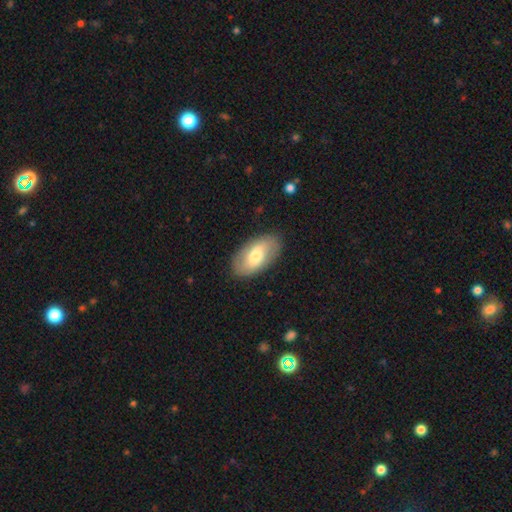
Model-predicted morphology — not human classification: Q: Smooth or featured?
A: smooth (58%); runner-up: featured or disk (36%)
Q: How rounded?
A: in between (94%); runner-up: round (4%)
Q: Merging?
A: none (86%); runner-up: minor disturbance (10%)